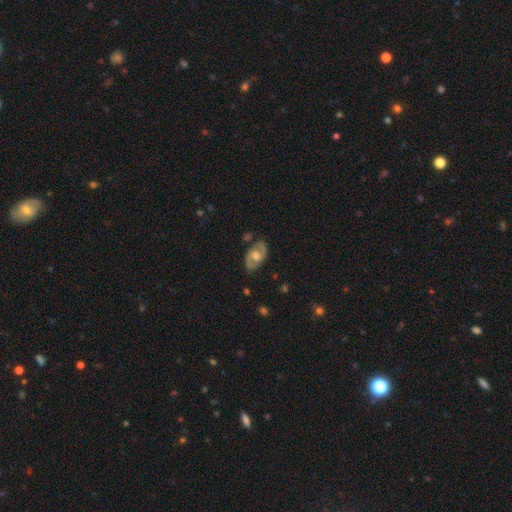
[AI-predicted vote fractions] A featured or disk galaxy (71%) with no bar (52%), 2 (84%) medium (48%) spiral arms (76%) and a moderate central bulge (57%).

Vote fractions:
- Smooth or featured? featured or disk: 71% / smooth: 23% / star or artifact: 6%
- Edge-on disk? no: 94% / yes: 6%
- Bar? no: 52% / weak: 39% / strong: 9%
- Spiral arms? yes: 76% / no: 24%
- Spiral winding? medium: 48% / tight: 34% / loose: 18%
- Spiral arm count? 2: 84% / can't tell: 10% / 1: 2% / 3: 1% / 4: 1% / more than 4: 1%
- Bulge size? moderate: 57% / large: 27% / small: 11% / none: 3% / dominant: 2%
- Merging? none: 80% / minor disturbance: 14% / major disturbance: 4% / merger: 2%